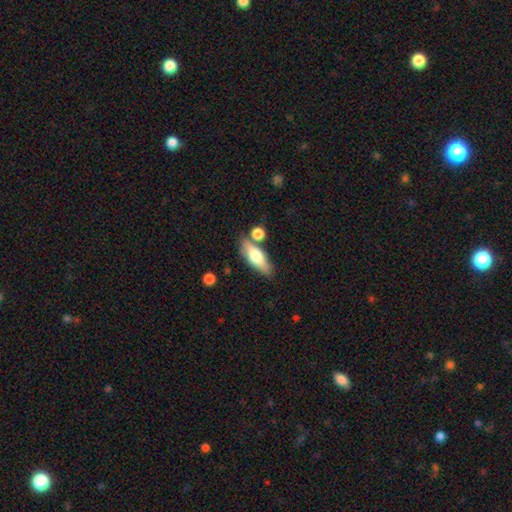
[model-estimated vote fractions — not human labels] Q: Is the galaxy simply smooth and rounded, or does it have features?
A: smooth — 64%.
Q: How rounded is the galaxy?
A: in between — 60%.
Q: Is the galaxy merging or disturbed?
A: none — 70%.